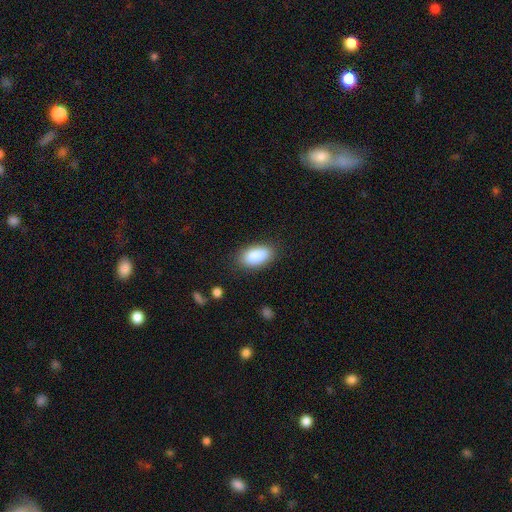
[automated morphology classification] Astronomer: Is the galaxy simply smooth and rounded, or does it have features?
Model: smooth — 88%.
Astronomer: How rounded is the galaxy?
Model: in between — 93%.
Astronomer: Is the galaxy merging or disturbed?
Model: none — 83%.